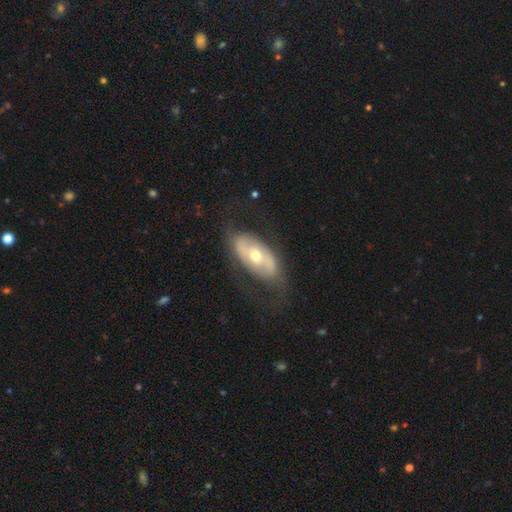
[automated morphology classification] A featured or disk galaxy (67%) with no bar (52%), spiral arms (61%) and a moderate central bulge (64%).

Vote fractions:
- Smooth or featured? featured or disk: 67% / smooth: 27% / star or artifact: 6%
- Edge-on disk? no: 89% / yes: 11%
- Bar? no: 52% / weak: 27% / strong: 21%
- Spiral arms? yes: 61% / no: 39%
- Bulge size? moderate: 64% / small: 30% / large: 5% / dominant: 1% / none: 1%
- Merging? none: 68% / minor disturbance: 17% / major disturbance: 14% / merger: 1%